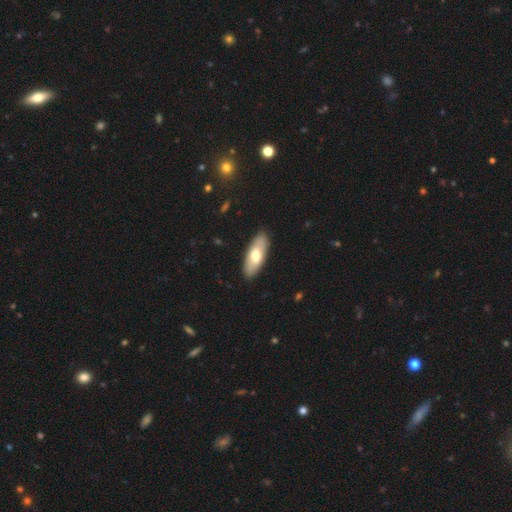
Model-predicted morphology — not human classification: Smooth or featured?
  - smooth: 63% *
  - featured or disk: 33%
  - star or artifact: 5%
How rounded?
  - in between: 76% *
  - cigar-shaped: 22%
  - round: 2%
Merging?
  - none: 88% *
  - minor disturbance: 9%
  - major disturbance: 2%
  - merger: 1%